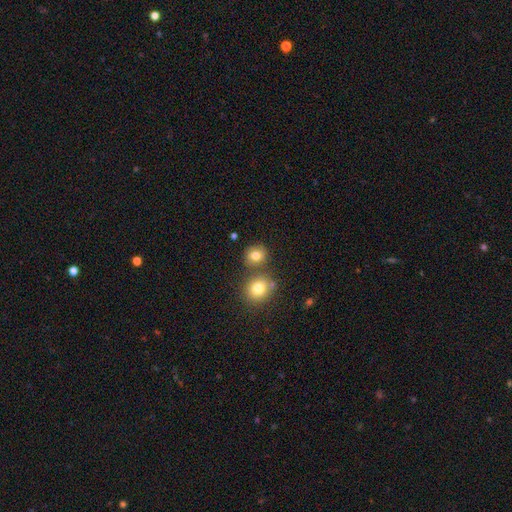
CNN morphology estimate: Smooth or featured? smooth (78%)
How rounded? round (79%)
Merging? none (70%)